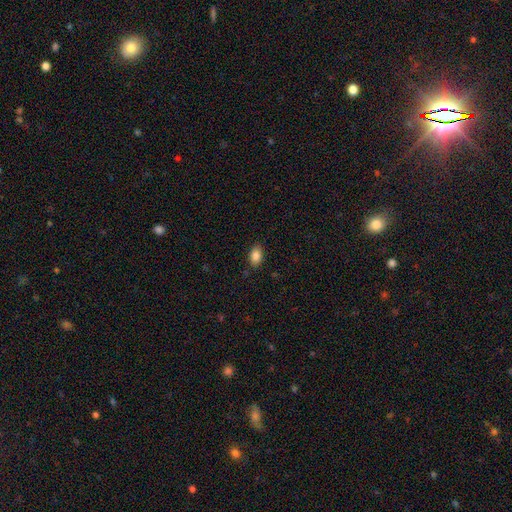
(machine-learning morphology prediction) The model was most divided on "merging": none: 86%, minor disturbance: 11%, major disturbance: 3%, merger: 1%. More confident: how rounded — in between (89%); smooth or featured — smooth (87%).